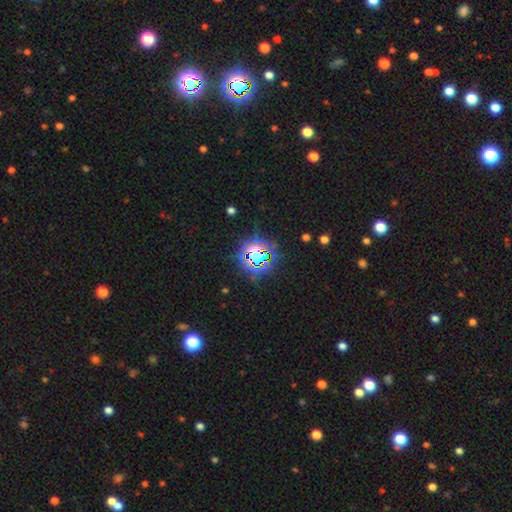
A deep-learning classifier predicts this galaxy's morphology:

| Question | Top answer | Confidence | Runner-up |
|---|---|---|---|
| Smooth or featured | star or artifact | 71% | smooth (18%) |